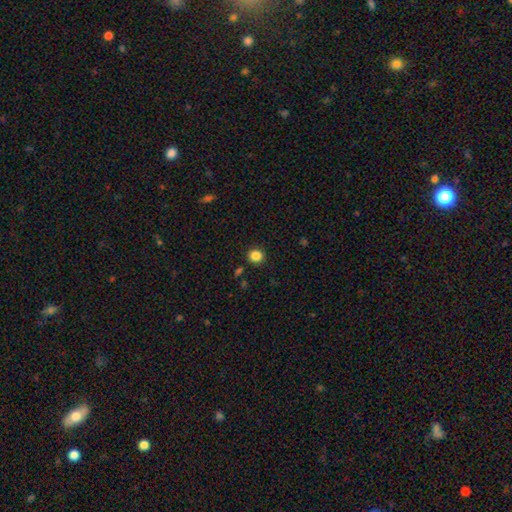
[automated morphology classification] A smooth galaxy with no disk features (85%) that is round (91%). Merging: none (91%).